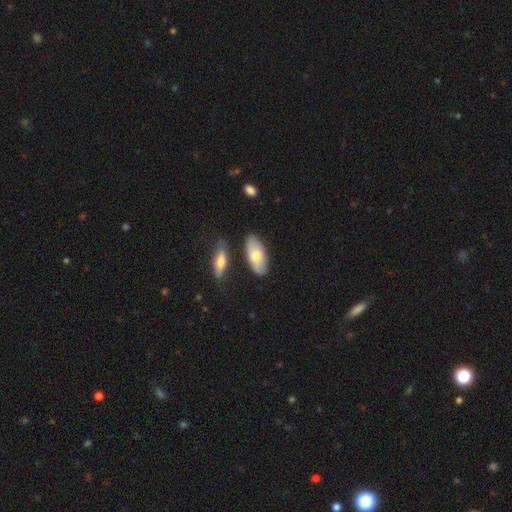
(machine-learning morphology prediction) Smooth or featured?
  - smooth: 71% *
  - featured or disk: 23%
  - star or artifact: 6%
How rounded?
  - in between: 87% *
  - cigar-shaped: 11%
  - round: 2%
Merging?
  - none: 78% *
  - minor disturbance: 13%
  - merger: 6%
  - major disturbance: 3%